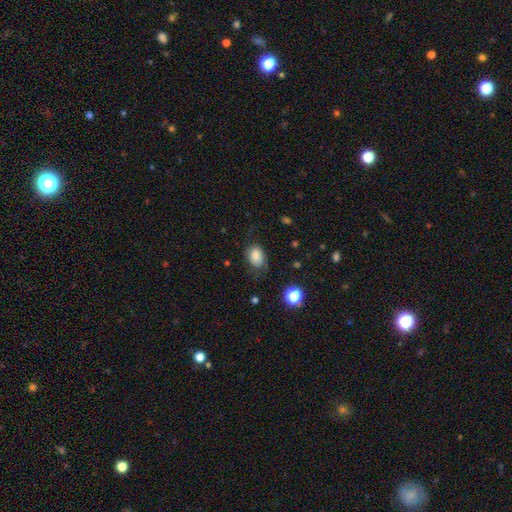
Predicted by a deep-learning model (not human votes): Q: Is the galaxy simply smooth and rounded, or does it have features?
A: smooth — 78%.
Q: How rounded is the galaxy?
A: in between — 70%.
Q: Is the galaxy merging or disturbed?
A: none — 67%.